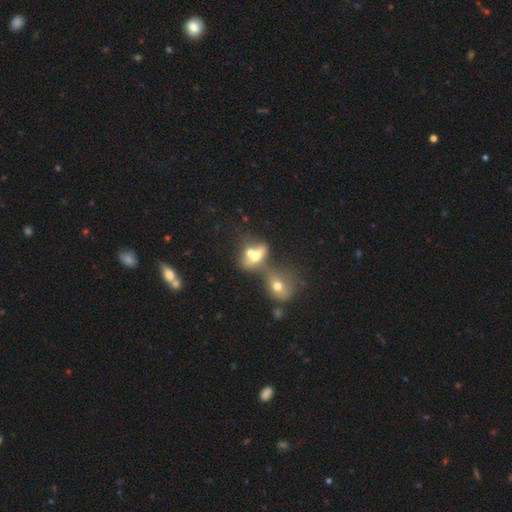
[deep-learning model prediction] Smooth or featured: smooth — 58% (featured or disk — 29%)
How rounded: in between — 63% (round — 31%)
Merging: merger — 68% (none — 17%)